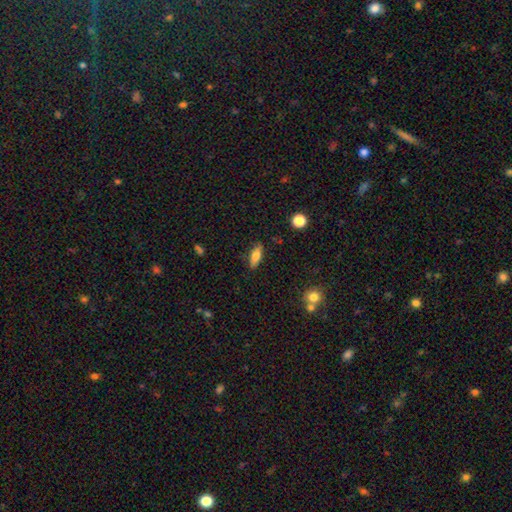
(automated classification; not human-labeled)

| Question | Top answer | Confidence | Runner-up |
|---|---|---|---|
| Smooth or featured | smooth | 72% | featured or disk (20%) |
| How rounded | in between | 65% | cigar-shaped (32%) |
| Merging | none | 84% | minor disturbance (11%) |